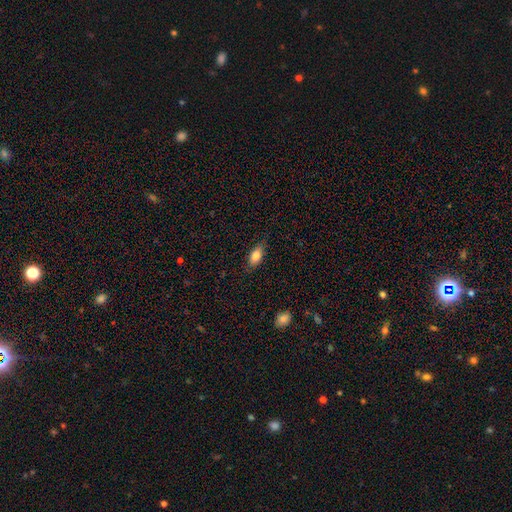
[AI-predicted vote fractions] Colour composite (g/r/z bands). It shows a smooth galaxy with no disk features (81%) that is in between round and cigar-shaped (85%). Merging: none (82%).